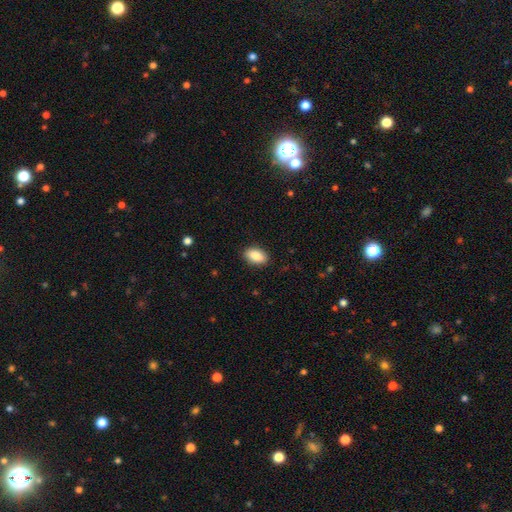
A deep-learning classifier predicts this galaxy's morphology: Smooth or featured: smooth — 87% (star or artifact — 7%)
How rounded: in between — 91% (round — 7%)
Merging: none — 89% (minor disturbance — 8%)